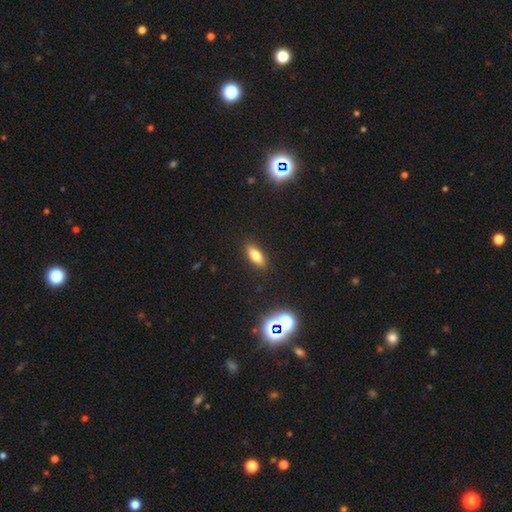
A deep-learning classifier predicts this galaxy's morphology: Smooth or featured? Predicted: smooth (p=0.73). How rounded? Predicted: in between (p=0.74). Merging? Predicted: none (p=0.88).